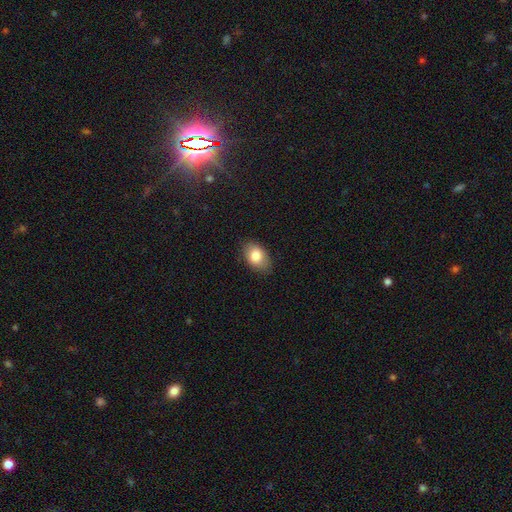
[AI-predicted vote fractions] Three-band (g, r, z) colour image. It shows a smooth galaxy with no disk features (83%) that is in between round and cigar-shaped (86%). Merging: none (81%).